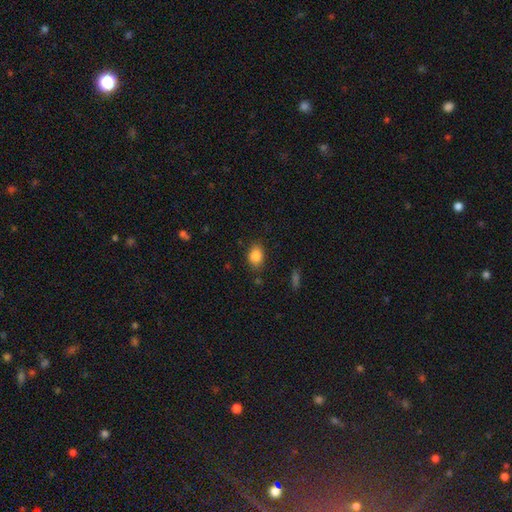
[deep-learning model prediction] Overall: smooth (86%). How rounded: in between (73%). Merging: none (78%).